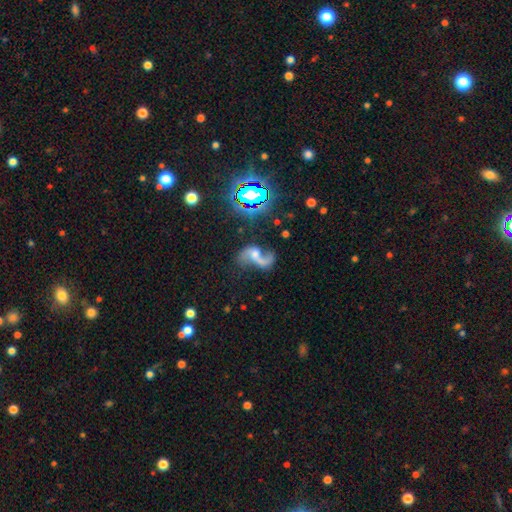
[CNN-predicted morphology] This appears to be a featured or disk galaxy (77%) with no bar (53%), 2 (77%) loose (84%) spiral arms (91%) and a small central bulge (33%). Merging: none (43%).